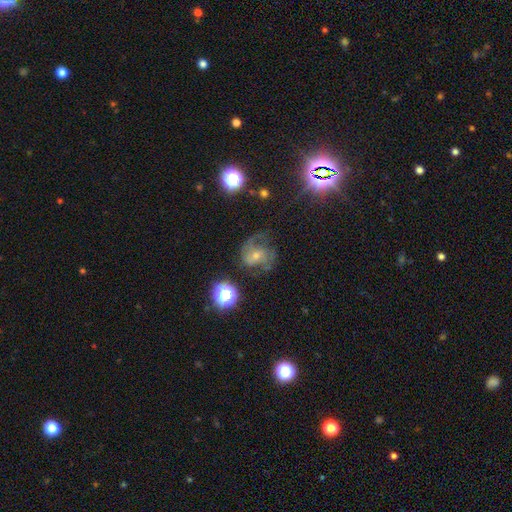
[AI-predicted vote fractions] Smooth or featured?
  - featured or disk: 63% *
  - smooth: 23%
  - star or artifact: 14%
Edge-on disk?
  - no: 97% *
  - yes: 3%
Bar?
  - no: 61% *
  - weak: 32%
  - strong: 7%
Spiral arms?
  - yes: 86% *
  - no: 14%
Spiral winding?
  - medium: 48% *
  - loose: 32%
  - tight: 20%
Spiral arm count?
  - 2: 50% *
  - can't tell: 18%
  - 1: 16%
  - 3: 10%
  - 4: 3%
  - more than 4: 3%
Bulge size?
  - small: 52% *
  - moderate: 37%
  - none: 5%
  - large: 4%
  - dominant: 1%
Merging?
  - none: 46% *
  - major disturbance: 30%
  - minor disturbance: 22%
  - merger: 3%